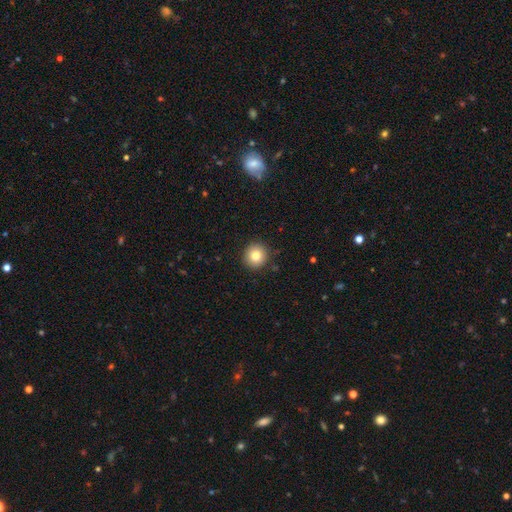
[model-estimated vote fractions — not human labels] smooth 81%, star or artifact 10%, featured or disk 9%. Down the decision tree: how rounded — round (93%); merging — none (90%).